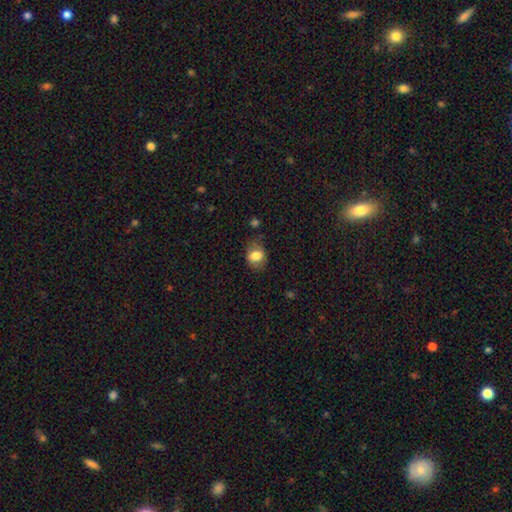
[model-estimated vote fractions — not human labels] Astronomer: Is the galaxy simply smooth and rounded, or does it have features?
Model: smooth — 78%.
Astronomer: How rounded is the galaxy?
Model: in between — 60% (runner-up: round, 39%).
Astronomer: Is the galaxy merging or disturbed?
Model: none — 70%.